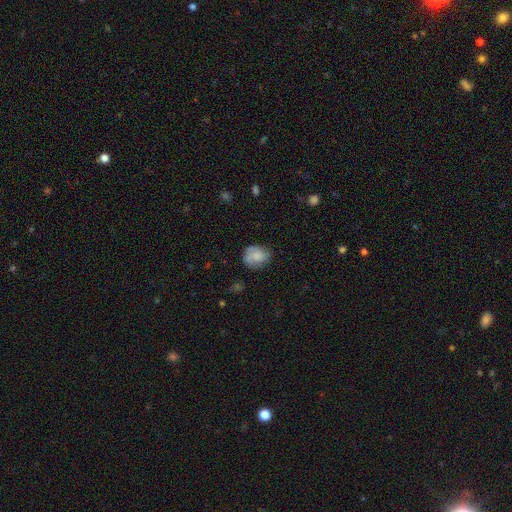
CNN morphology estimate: type=smooth (71%); roundness=round (61%); merging=none (66%).